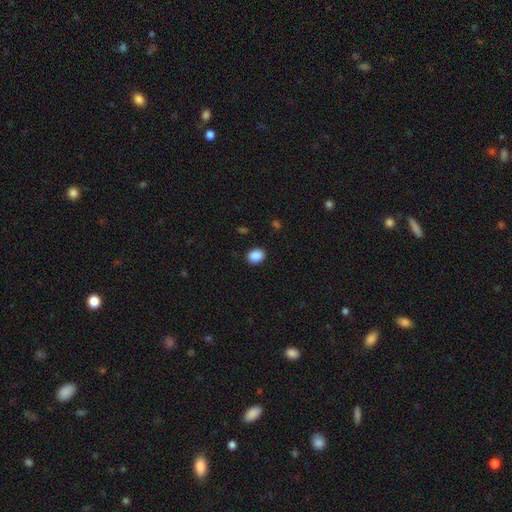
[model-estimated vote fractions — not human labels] A smooth galaxy with no disk features (89%) that is in between round and cigar-shaped (53%). Merging: none (89%).